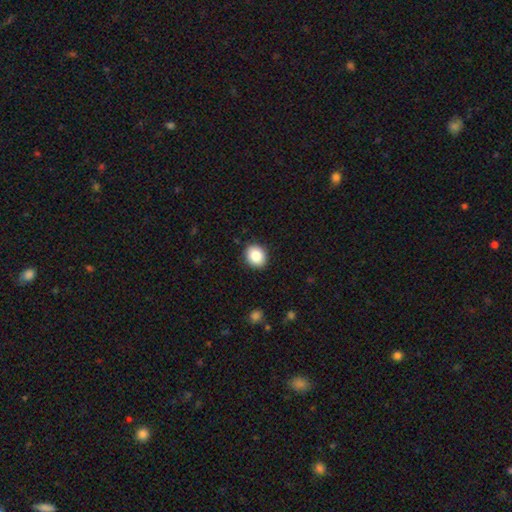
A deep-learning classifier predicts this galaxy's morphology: Smooth or featured? Predicted: smooth (p=0.87). How rounded? Predicted: round (p=0.61). Merging? Predicted: none (p=0.90).